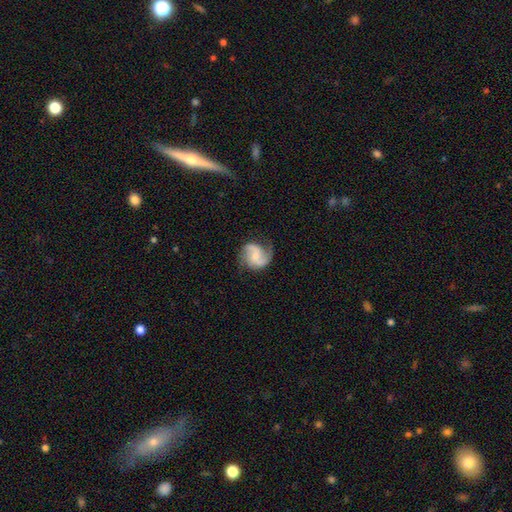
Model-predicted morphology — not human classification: Smooth or featured: featured or disk — 82% (smooth — 12%)
Edge-on disk: no — 98% (yes — 2%)
Bar: weak — 45% (no — 43%)
Spiral arms: yes — 97% (no — 3%)
Spiral winding: medium — 50% (loose — 31%)
Spiral arm count: 2 — 86% (1 — 4%)
Bulge size: small — 50% (moderate — 34%)
Merging: none — 74% (minor disturbance — 18%)